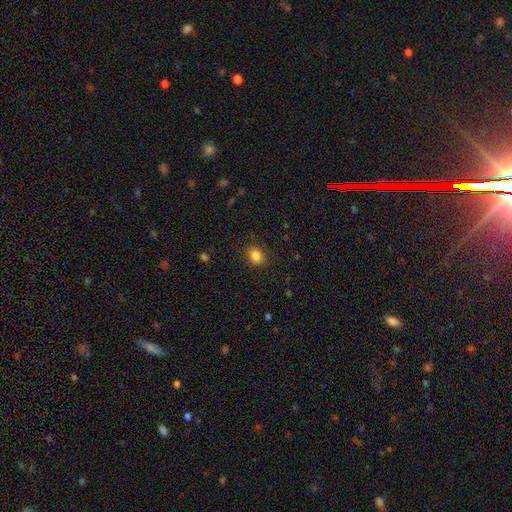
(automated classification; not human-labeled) This is clearly a smooth galaxy (84%). How rounded: possibly round (52%). Merging: clearly none (88%).